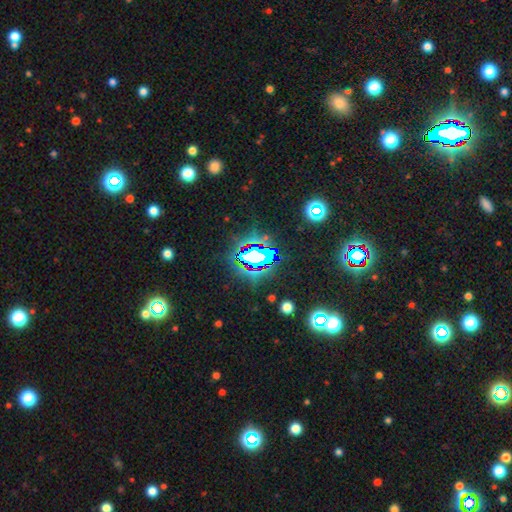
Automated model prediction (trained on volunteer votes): Smooth or featured: star or artifact — 73% (smooth — 15%)